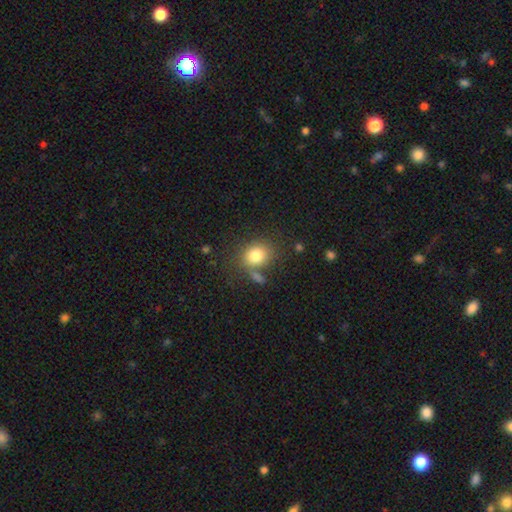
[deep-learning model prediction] This is clearly a smooth galaxy (80%). How rounded: likely round (64%). Merging: likely none (65%).